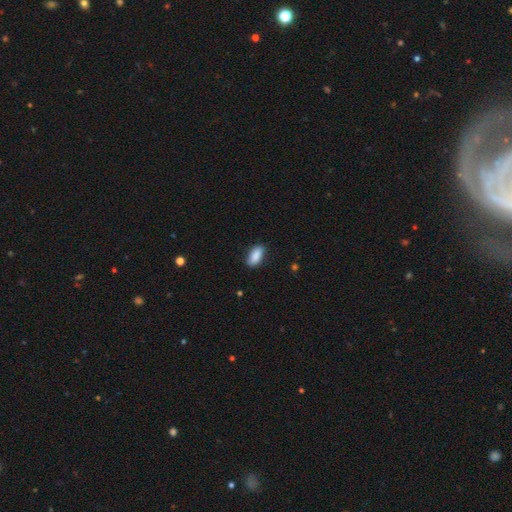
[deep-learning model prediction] Smooth or featured?
  - smooth: 89% *
  - star or artifact: 7%
  - featured or disk: 5%
How rounded?
  - in between: 89% *
  - cigar-shaped: 8%
  - round: 3%
Merging?
  - none: 84% *
  - minor disturbance: 13%
  - major disturbance: 2%
  - merger: 1%